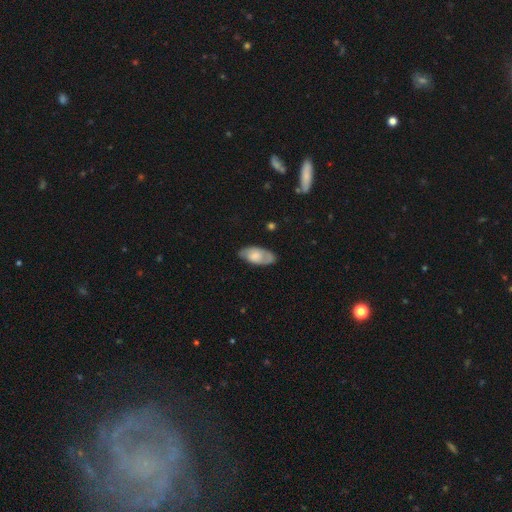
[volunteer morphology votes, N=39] A smooth galaxy with no disk features (69%) that is in between round and cigar-shaped (96%). Merging: none (62%).